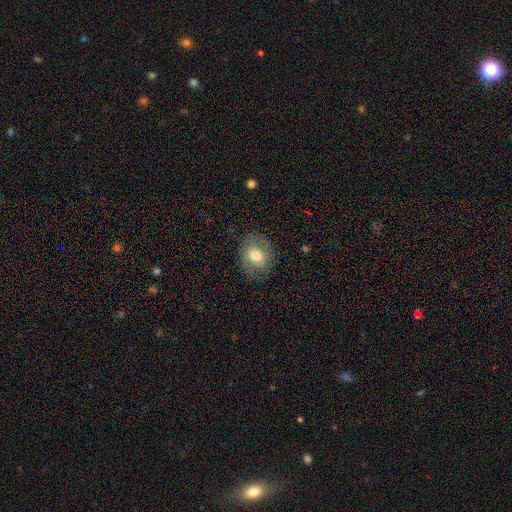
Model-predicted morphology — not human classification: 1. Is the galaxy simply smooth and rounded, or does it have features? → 63% smooth, 28% featured or disk, 8% star or artifact.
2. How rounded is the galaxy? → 53% round, 46% in between, 1% cigar-shaped.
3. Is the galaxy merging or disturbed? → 78% none, 15% minor disturbance, 6% major disturbance, 1% merger.